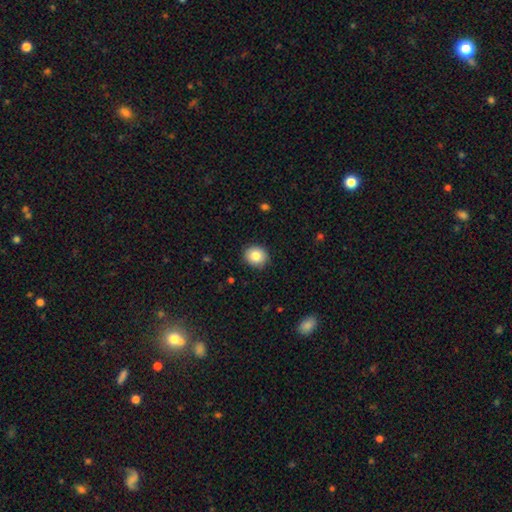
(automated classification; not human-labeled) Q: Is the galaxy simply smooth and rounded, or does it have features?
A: smooth — 84%.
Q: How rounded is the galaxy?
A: round — 81%.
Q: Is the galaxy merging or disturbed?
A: none — 90%.